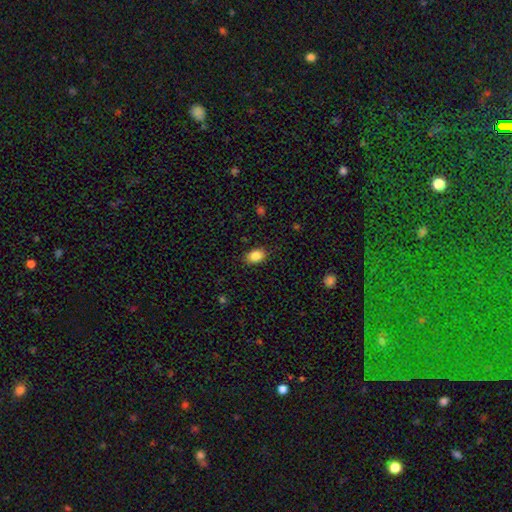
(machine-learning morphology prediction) The model was most divided on "how rounded": in between: 83%, round: 16%, cigar-shaped: 1%. More confident: smooth or featured — smooth (87%); merging — none (86%).